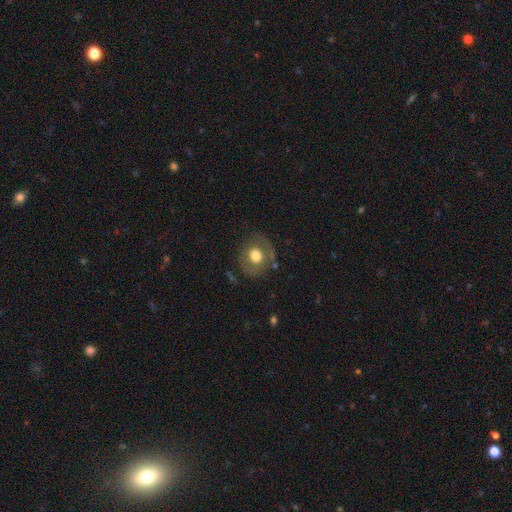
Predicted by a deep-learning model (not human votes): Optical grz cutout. It shows a smooth galaxy with no disk features (57%) that is round (79%). Merging: none (75%).